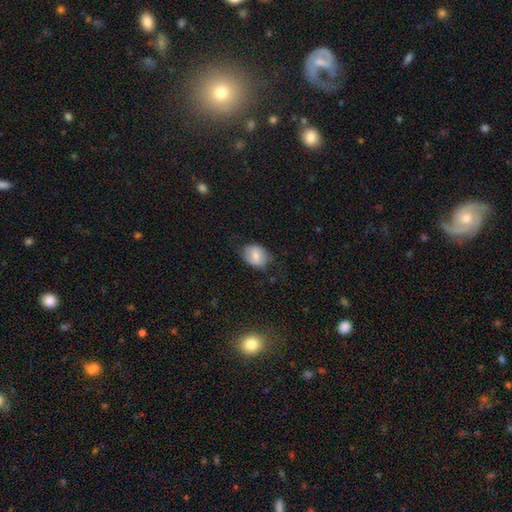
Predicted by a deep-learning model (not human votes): Q: Smooth or featured?
A: smooth (69%); runner-up: featured or disk (24%)
Q: How rounded?
A: in between (62%); runner-up: round (37%)
Q: Merging?
A: none (67%); runner-up: minor disturbance (24%)